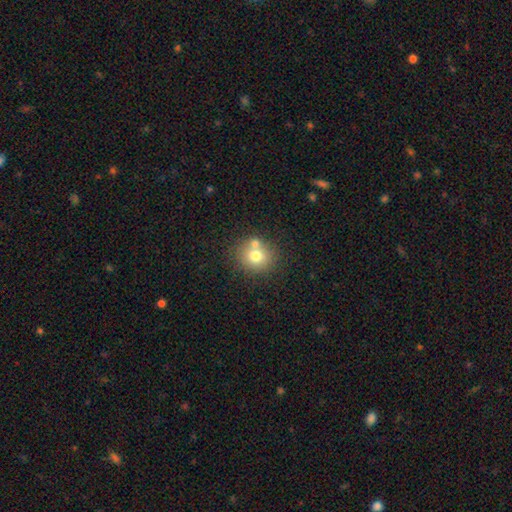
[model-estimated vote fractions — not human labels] This is likely a smooth galaxy (72%). How rounded: clearly round (82%). Merging: possibly none (58%).